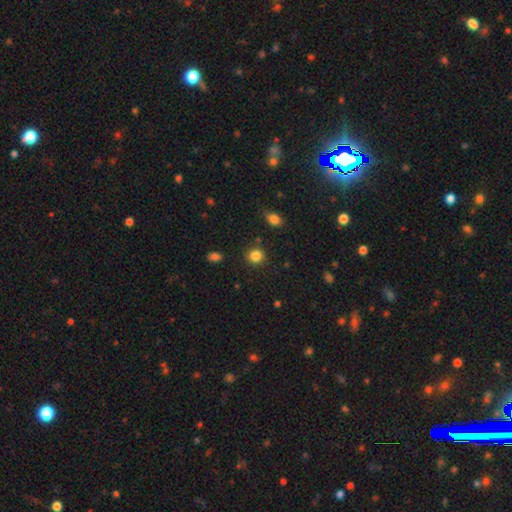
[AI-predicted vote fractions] This is clearly a smooth galaxy (85%). How rounded: clearly round (85%). Merging: clearly none (86%).